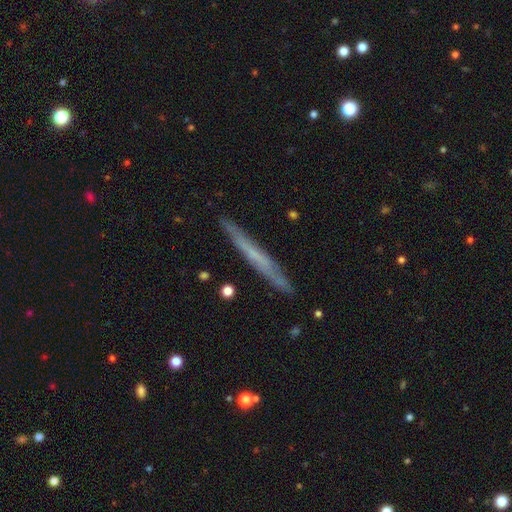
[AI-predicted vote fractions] Smooth or featured? Predicted: featured or disk (p=0.51). Edge-on disk? Predicted: yes (p=0.93). Merging? Predicted: none (p=0.87).